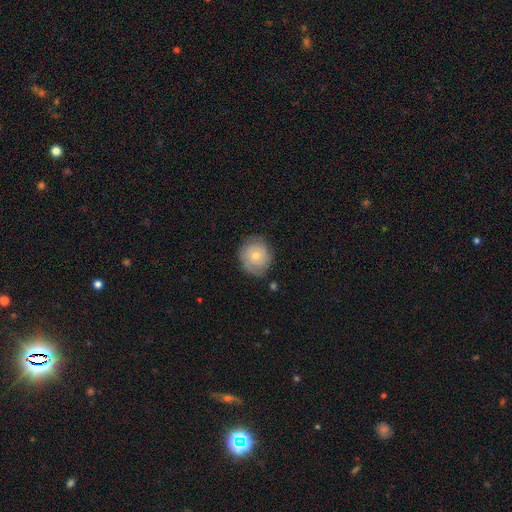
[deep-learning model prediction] smooth_or_featured: smooth (p=0.58) [alt: featured or disk p=0.35]
how_rounded: round (p=0.84) [alt: in between p=0.15]
merging: none (p=0.74) [alt: minor disturbance p=0.19]